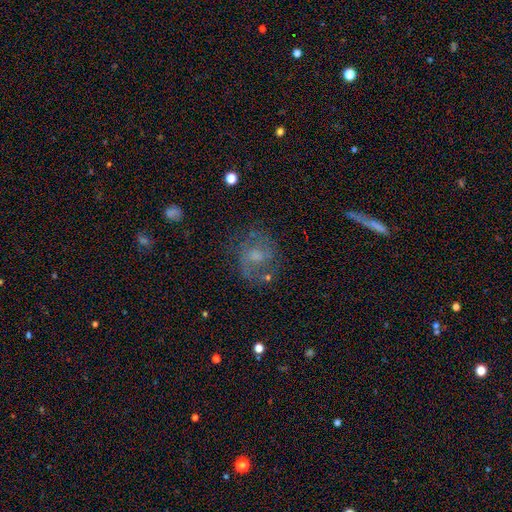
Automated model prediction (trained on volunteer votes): smooth_or_featured: featured or disk (p=0.65) [alt: smooth p=0.23]
disk_edge_on: no (p=0.97) [alt: yes p=0.03]
bar: no (p=0.51) [alt: weak p=0.42]
has_spiral_arms: yes (p=0.82) [alt: no p=0.18]
spiral_winding: medium (p=0.50) [alt: tight p=0.26]
spiral_arm_count: 2 (p=0.70) [alt: can't tell p=0.17]
bulge_size: moderate (p=0.47) [alt: small p=0.30]
merging: none (p=0.66) [alt: minor disturbance p=0.18]